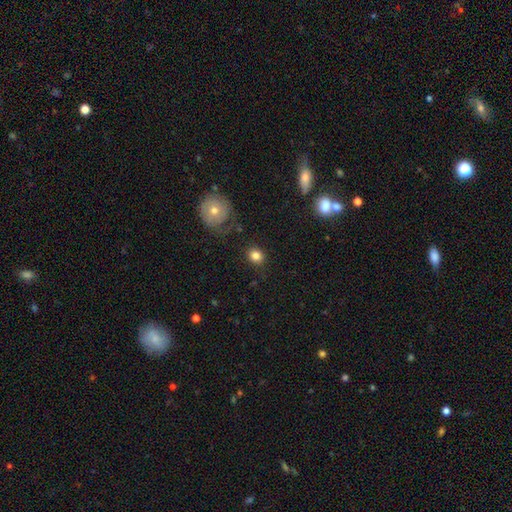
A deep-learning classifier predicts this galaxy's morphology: smooth_or_featured: smooth (p=0.83) [alt: star or artifact p=0.10]
how_rounded: round (p=0.78) [alt: in between p=0.21]
merging: none (p=0.85) [alt: minor disturbance p=0.09]